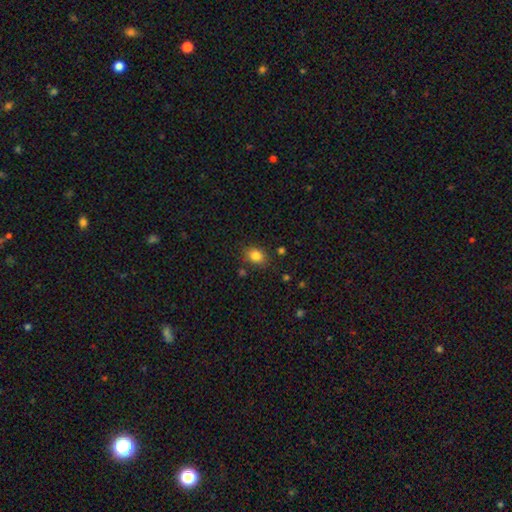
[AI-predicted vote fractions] Morphology: type=smooth (83%); roundness=in between (60%); merging=none (82%).